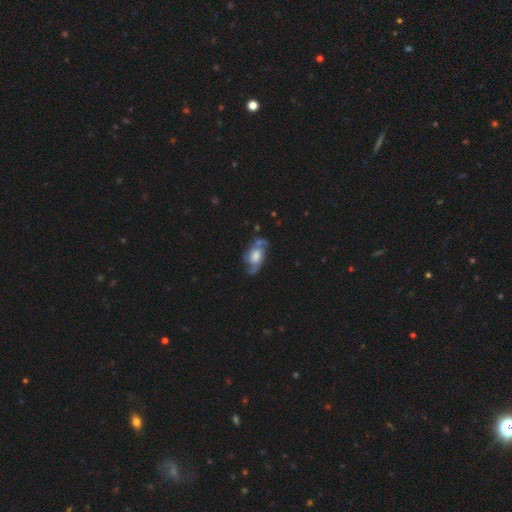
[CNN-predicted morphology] This is likely a featured or disk galaxy (76%). It is clearly not viewed edge-on (94%). Bar: likely no (63%). Spiral arm pattern: clearly yes (91%). Spiral arm count: clearly 2 (81%). Spiral winding: marginally medium (43%). Central bulge: marginally large (45%). Merging: likely none (64%).